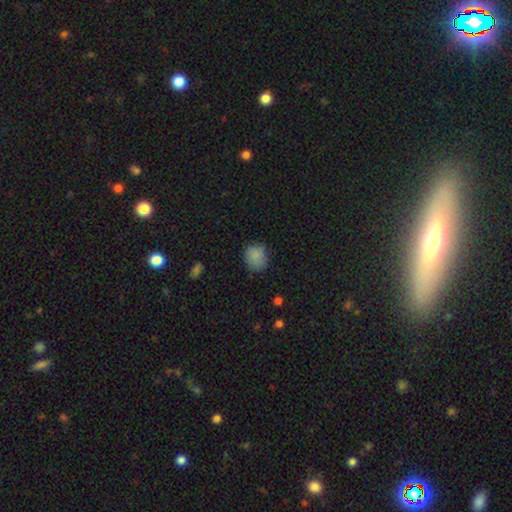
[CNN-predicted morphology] Smooth or featured?
  - smooth: 84% *
  - star or artifact: 10%
  - featured or disk: 7%
How rounded?
  - round: 72% *
  - in between: 27%
  - cigar-shaped: 1%
Merging?
  - none: 72% *
  - minor disturbance: 22%
  - major disturbance: 5%
  - merger: 1%